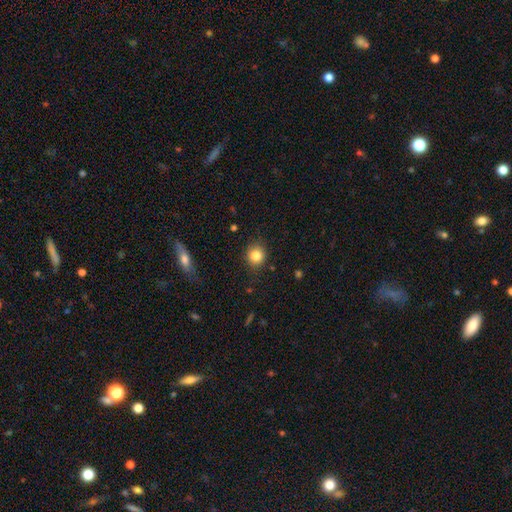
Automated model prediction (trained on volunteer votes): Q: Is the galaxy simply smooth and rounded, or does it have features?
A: smooth — 83%.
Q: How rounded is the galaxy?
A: round — 83%.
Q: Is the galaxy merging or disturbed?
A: none — 84%.